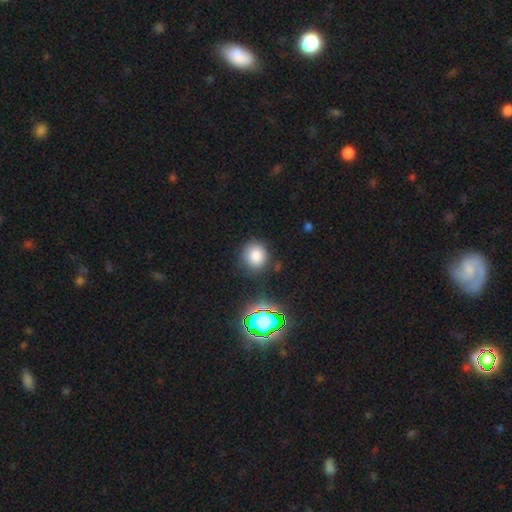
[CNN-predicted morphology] smooth_or_featured: smooth (p=0.79) [alt: star or artifact p=0.15]
how_rounded: round (p=0.86) [alt: in between p=0.13]
merging: none (p=0.84) [alt: minor disturbance p=0.10]